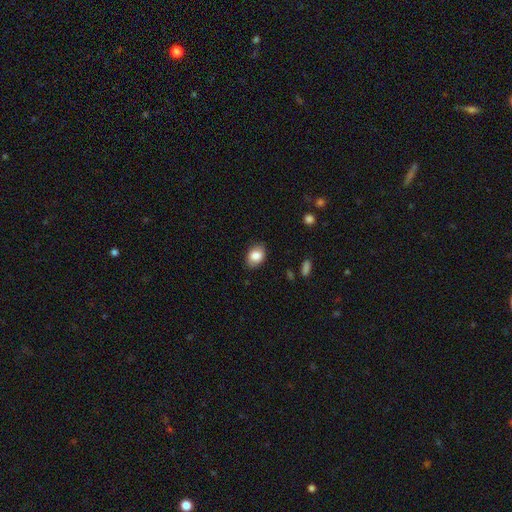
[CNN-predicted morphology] smooth 84%, featured or disk 8%, star or artifact 7%. Down the decision tree: how rounded — in between (81%); merging — none (84%).